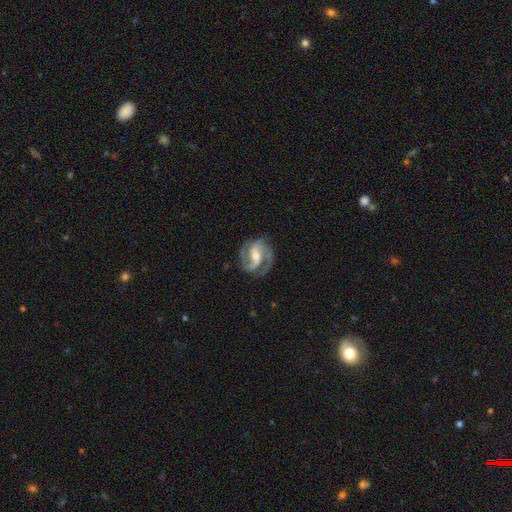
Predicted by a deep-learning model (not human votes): Smooth or featured? featured or disk (91%)
Edge-on disk? no (98%)
Bar? strong (42%)
Spiral arms? yes (98%)
Spiral winding? medium (53%)
Spiral arm count? 2 (61%)
Bulge size? moderate (54%)
Merging? none (75%)